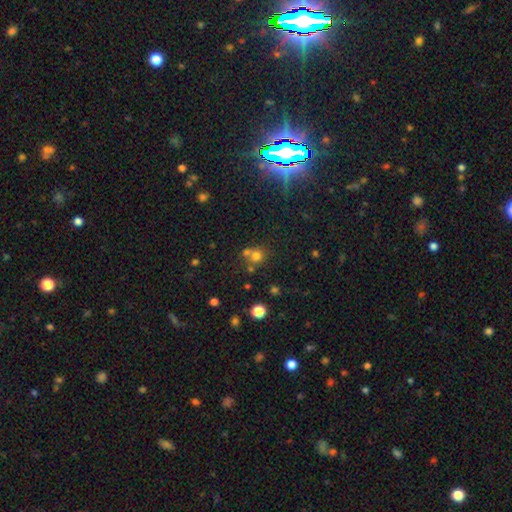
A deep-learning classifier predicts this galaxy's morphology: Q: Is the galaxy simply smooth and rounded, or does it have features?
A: smooth — 70%.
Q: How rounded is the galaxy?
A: round — 86%.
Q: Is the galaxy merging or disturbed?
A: none — 52%.